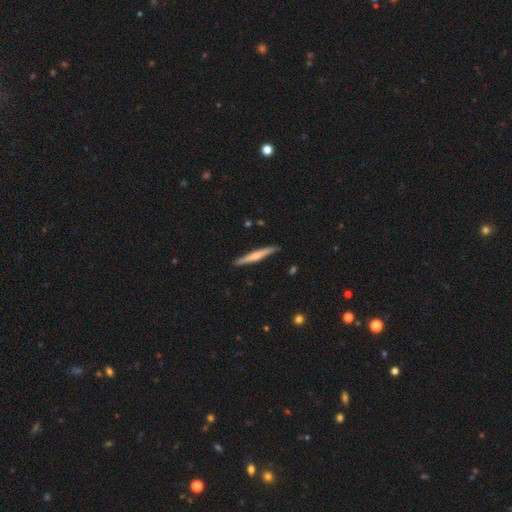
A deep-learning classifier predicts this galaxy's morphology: A featured or disk galaxy (48%). Merging: none (90%).